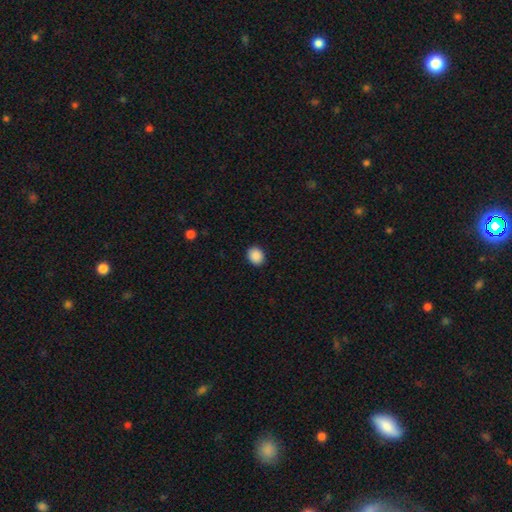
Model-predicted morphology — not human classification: Smooth or featured? smooth (90%)
How rounded? round (55%)
Merging? none (91%)